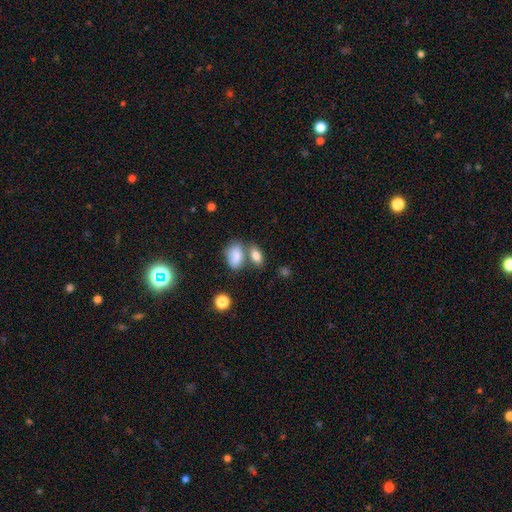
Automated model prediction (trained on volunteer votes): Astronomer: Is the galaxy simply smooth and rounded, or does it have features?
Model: smooth — 84%.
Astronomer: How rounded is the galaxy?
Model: in between — 87%.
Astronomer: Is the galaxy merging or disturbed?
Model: none — 48% (runner-up: merger, 35%).